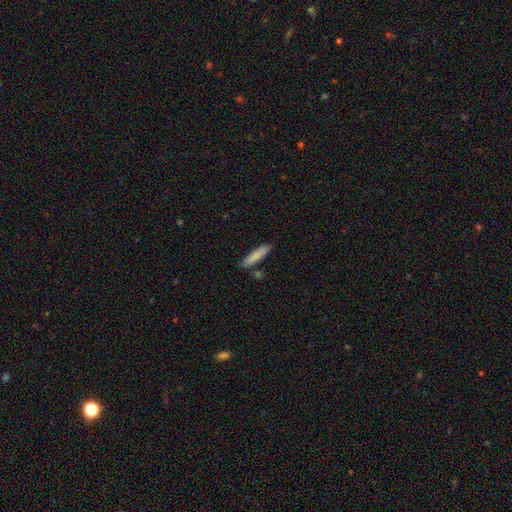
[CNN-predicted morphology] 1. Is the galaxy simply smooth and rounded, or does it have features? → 83% smooth, 11% featured or disk, 6% star or artifact.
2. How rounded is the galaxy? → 83% cigar-shaped, 15% in between, 1% round.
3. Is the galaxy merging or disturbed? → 84% none, 10% minor disturbance, 4% merger, 2% major disturbance.